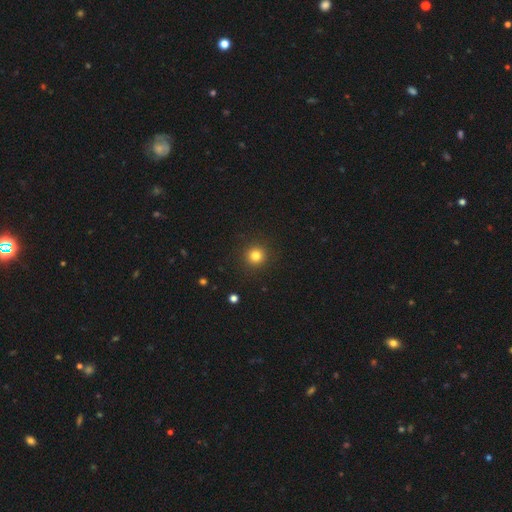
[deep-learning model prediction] A smooth galaxy with no disk features (81%) that is round (95%). Merging: none (92%).